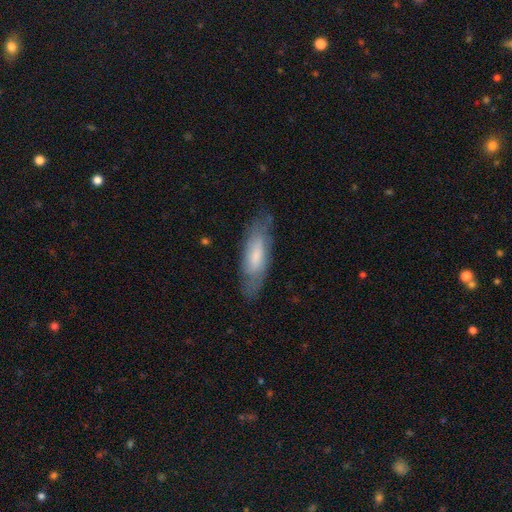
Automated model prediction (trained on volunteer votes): Smooth or featured?
  - smooth: 54% *
  - featured or disk: 40%
  - star or artifact: 7%
How rounded?
  - in between: 51% *
  - cigar-shaped: 48%
  - round: 2%
Merging?
  - none: 75% *
  - minor disturbance: 18%
  - major disturbance: 5%
  - merger: 1%